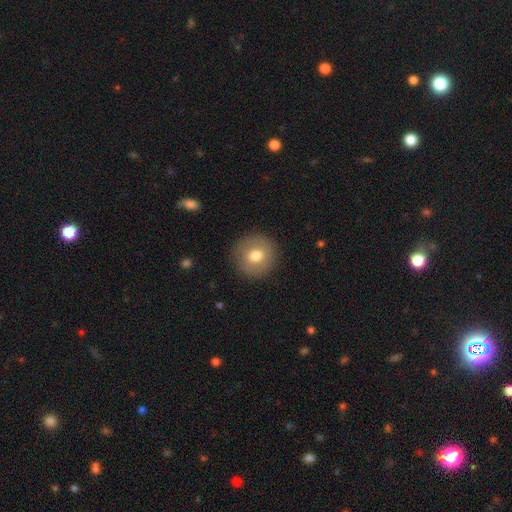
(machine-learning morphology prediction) type=smooth (73%); roundness=round (93%); merging=none (89%).